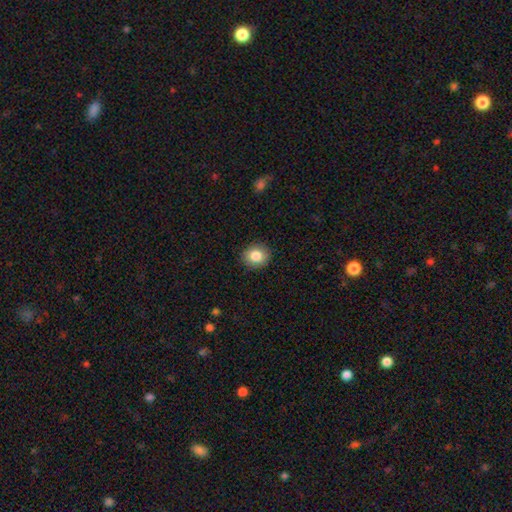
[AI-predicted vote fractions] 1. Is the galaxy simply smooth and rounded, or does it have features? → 85% smooth, 9% star or artifact, 7% featured or disk.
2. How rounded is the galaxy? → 78% round, 21% in between, 1% cigar-shaped.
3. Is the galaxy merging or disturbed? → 90% none, 7% minor disturbance, 2% major disturbance, 1% merger.